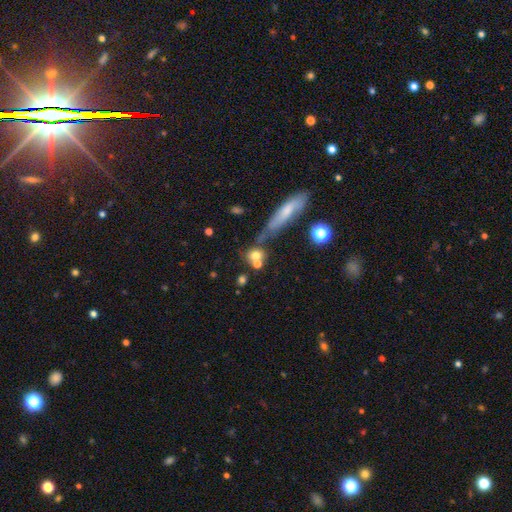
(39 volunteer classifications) This appears to be a smooth galaxy with no disk features (74%) that is round (69%). Merging: none (68%).